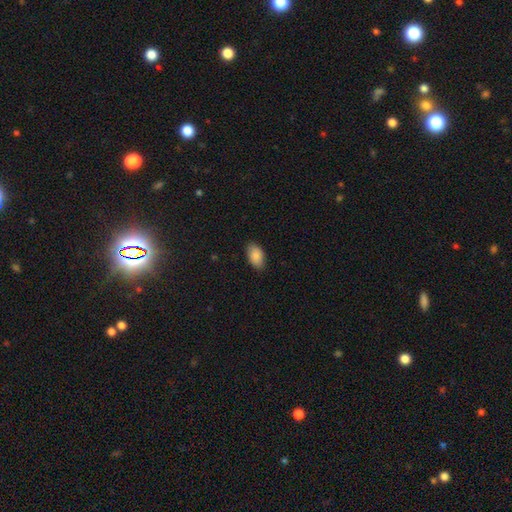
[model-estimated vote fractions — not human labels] smooth-or-featured: smooth: 88% | star or artifact: 7% | featured or disk: 5%
  how-rounded: in between: 94% | round: 5% | cigar-shaped: 2%
  merging: none: 85% | minor disturbance: 12% | major disturbance: 2% | merger: 1%